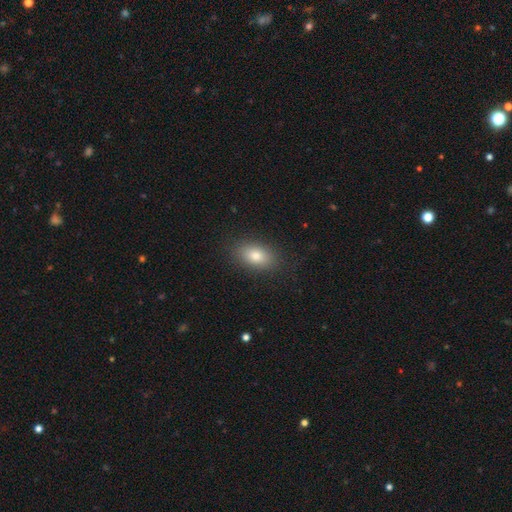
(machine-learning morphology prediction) Smooth or featured: smooth — 80% (featured or disk — 10%)
How rounded: in between — 88% (round — 9%)
Merging: none — 87% (minor disturbance — 9%)